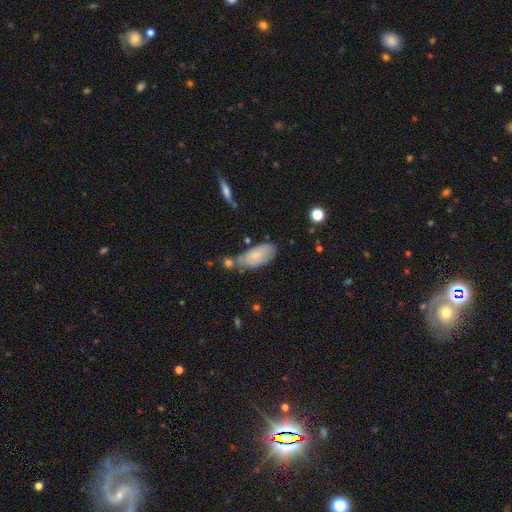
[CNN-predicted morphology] Smooth or featured?
  - smooth: 68% *
  - featured or disk: 25%
  - star or artifact: 7%
How rounded?
  - in between: 87% *
  - cigar-shaped: 10%
  - round: 2%
Merging?
  - none: 55% *
  - minor disturbance: 26%
  - merger: 13%
  - major disturbance: 6%